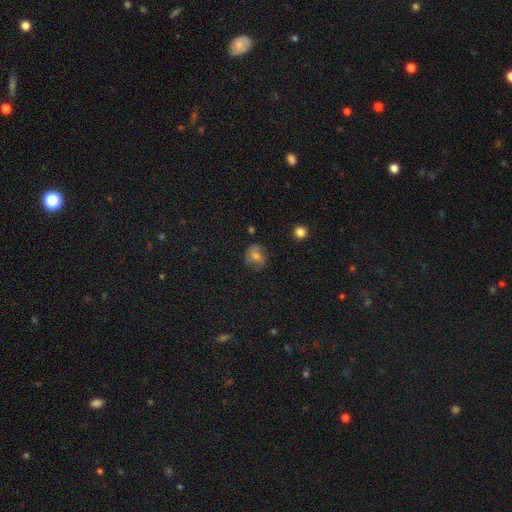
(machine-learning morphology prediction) A smooth galaxy with no disk features (52%) that is round (69%). Merging: none (71%).